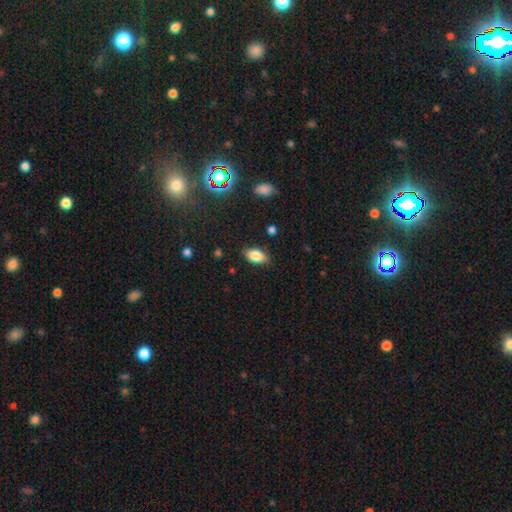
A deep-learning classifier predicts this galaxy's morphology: smooth-or-featured: smooth: 83% | star or artifact: 9% | featured or disk: 8%
  how-rounded: in between: 91% | round: 6% | cigar-shaped: 3%
  merging: none: 83% | minor disturbance: 13% | major disturbance: 3% | merger: 1%